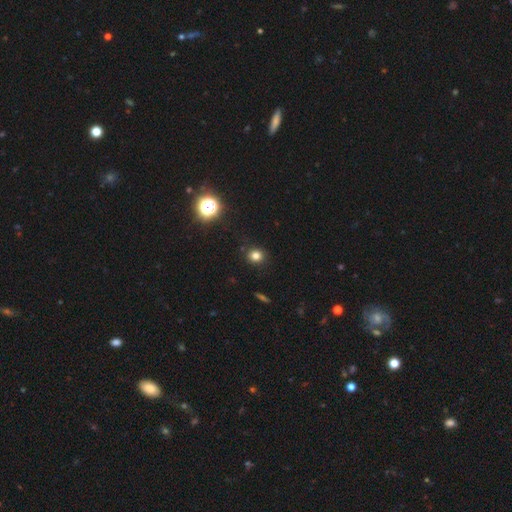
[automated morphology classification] Smooth or featured?
  - smooth: 78% *
  - star or artifact: 16%
  - featured or disk: 6%
How rounded?
  - round: 82% *
  - in between: 17%
  - cigar-shaped: 1%
Merging?
  - none: 88% *
  - minor disturbance: 8%
  - major disturbance: 2%
  - merger: 2%